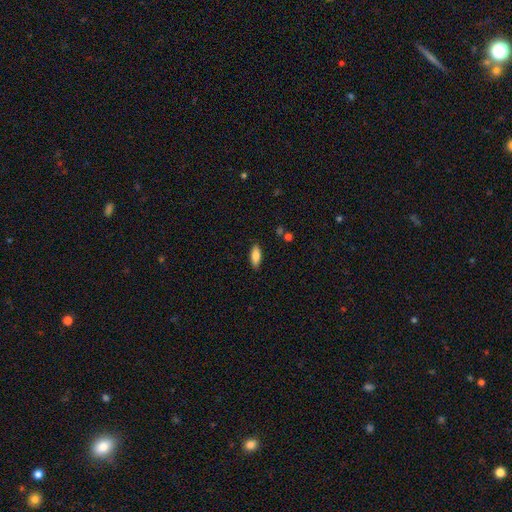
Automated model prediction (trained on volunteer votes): The model was most divided on "how rounded": in between: 76%, cigar-shaped: 22%, round: 2%. More confident: merging — none (87%); smooth or featured — smooth (82%).